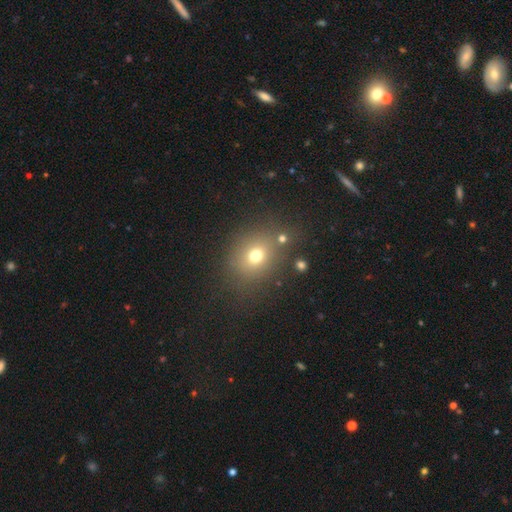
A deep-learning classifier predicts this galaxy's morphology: The model was most divided on "how rounded": round: 61%, in between: 38%, cigar-shaped: 1%. More confident: merging — none (75%); smooth or featured — smooth (70%).